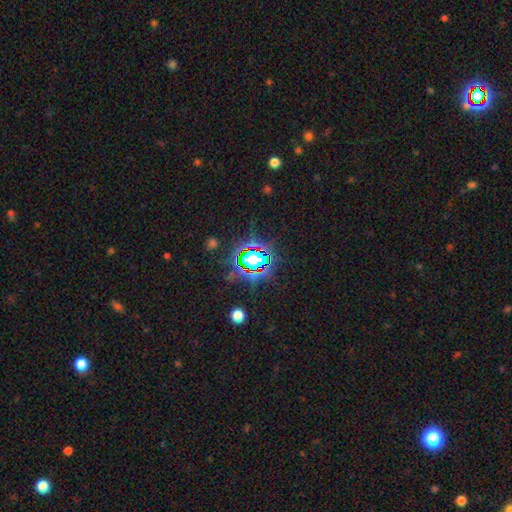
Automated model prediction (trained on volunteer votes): Morphology: type=star or artifact (80%).